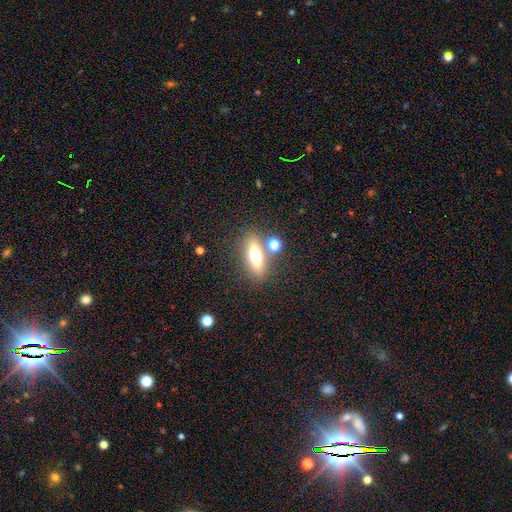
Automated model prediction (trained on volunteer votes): The model was most divided on "how rounded": in between: 53%, cigar-shaped: 39%, round: 7%. More confident: merging — none (74%); smooth or featured — smooth (56%).